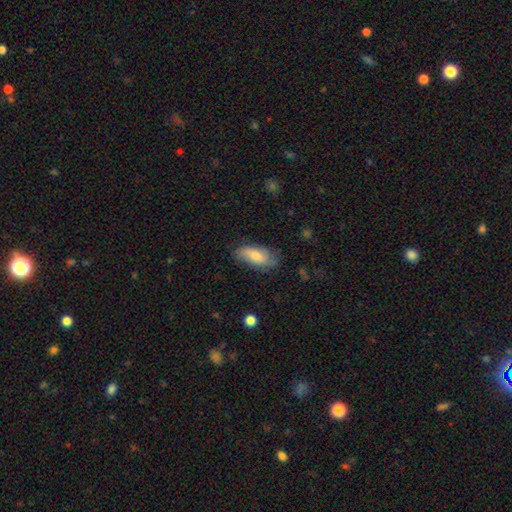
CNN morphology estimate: Smooth or featured: smooth — 74% (featured or disk — 20%)
How rounded: in between — 86% (cigar-shaped — 12%)
Merging: none — 67% (minor disturbance — 25%)